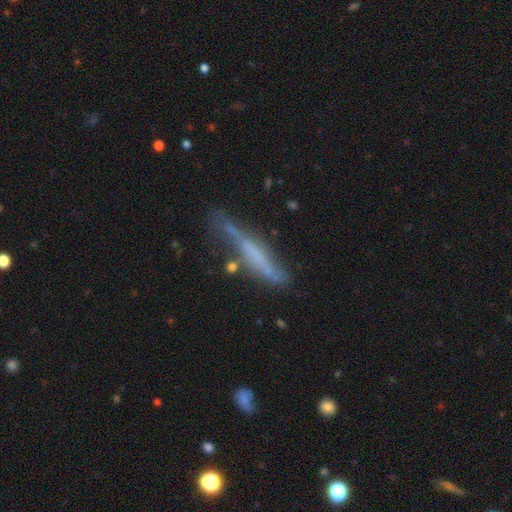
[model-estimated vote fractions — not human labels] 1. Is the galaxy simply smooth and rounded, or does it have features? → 51% featured or disk, 40% smooth, 9% star or artifact.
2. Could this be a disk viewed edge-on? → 76% yes, 24% no.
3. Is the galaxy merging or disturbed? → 50% none, 30% minor disturbance, 14% major disturbance, 7% merger.